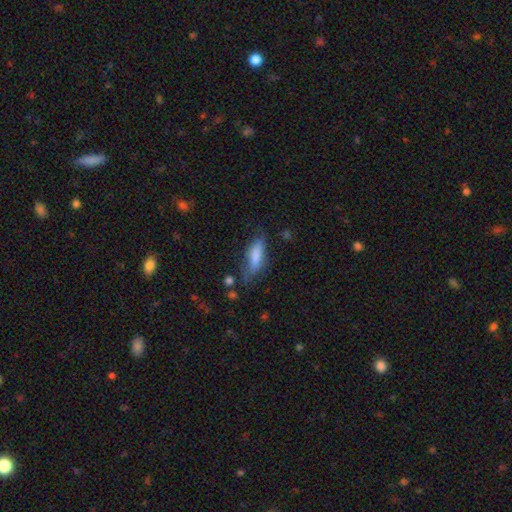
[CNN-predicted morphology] A smooth galaxy with no disk features (76%) that is in between round and cigar-shaped (54%). Merging: none (55%).